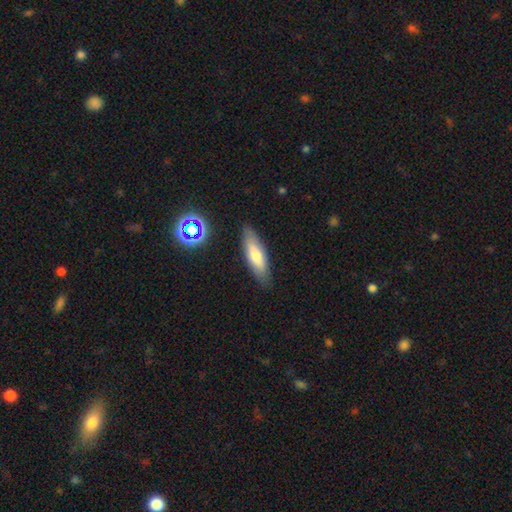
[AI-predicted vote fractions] The model was most divided on "how rounded" (2-way tie): cigar-shaped: 49%, in between: 49%, round: 2%. More confident: merging — none (84%); smooth or featured — smooth (64%).